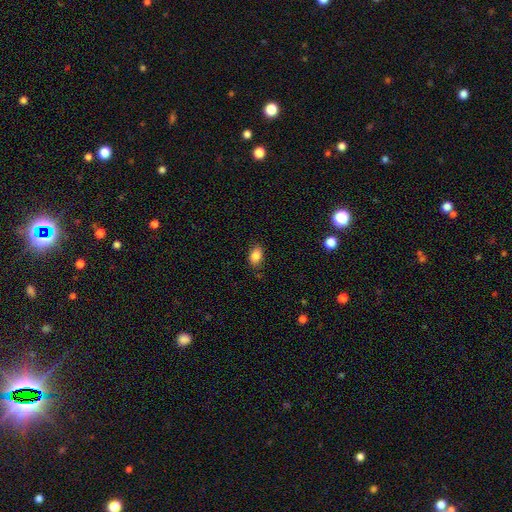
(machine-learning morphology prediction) Overall: smooth (86%). How rounded: in between (83%). Merging: none (81%).